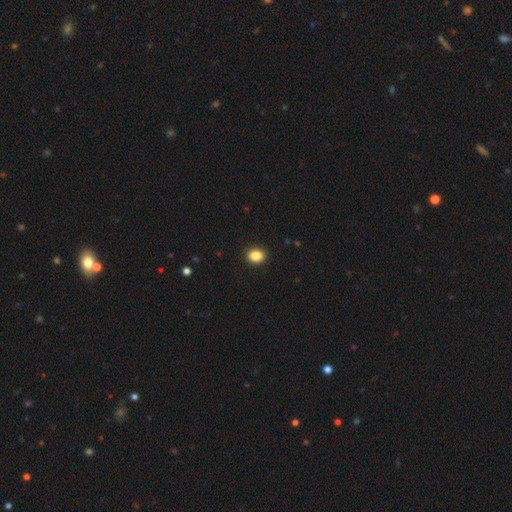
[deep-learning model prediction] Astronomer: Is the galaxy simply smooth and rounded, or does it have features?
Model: smooth — 87%.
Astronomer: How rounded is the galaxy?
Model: in between — 50% (runner-up: round, 49%).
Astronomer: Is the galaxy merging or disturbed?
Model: none — 92%.